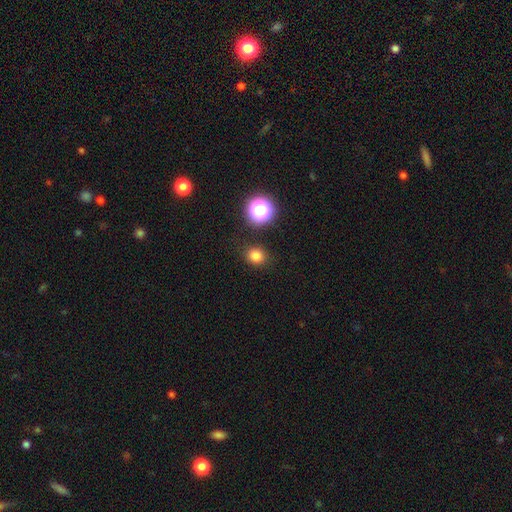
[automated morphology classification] Smooth or featured? Predicted: smooth (p=0.79). How rounded? Predicted: round (p=0.78). Merging? Predicted: none (p=0.88).